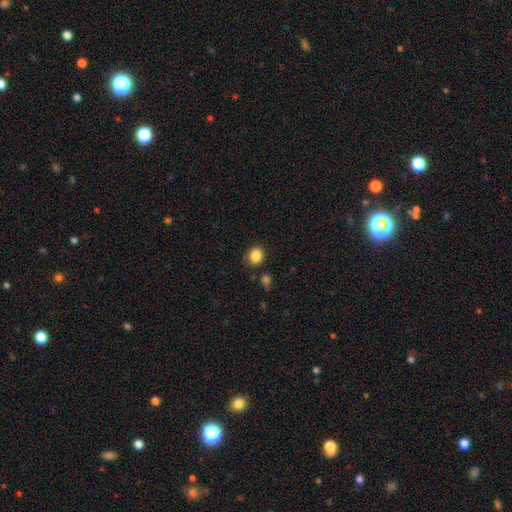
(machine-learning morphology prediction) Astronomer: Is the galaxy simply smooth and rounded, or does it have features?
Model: smooth — 86%.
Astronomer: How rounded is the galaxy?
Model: round — 61% (runner-up: in between, 38%).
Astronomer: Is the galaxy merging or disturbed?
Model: none — 76%.